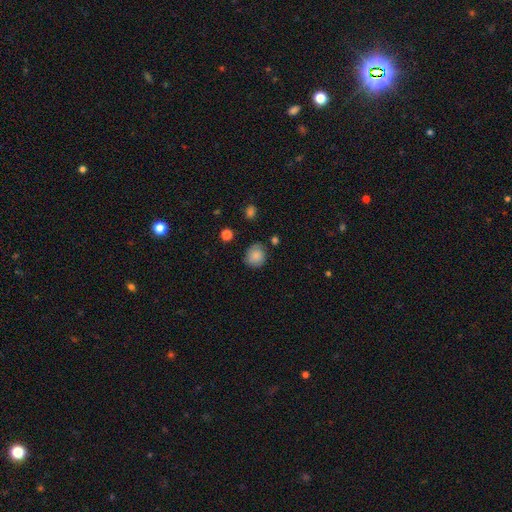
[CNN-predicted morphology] Smooth or featured? smooth (81%)
How rounded? round (73%)
Merging? none (72%)